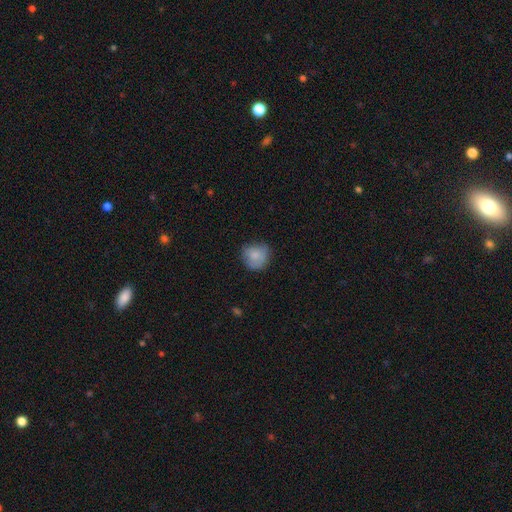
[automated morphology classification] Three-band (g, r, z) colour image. It shows a smooth galaxy with no disk features (78%) that is round (83%). Merging: none (66%).